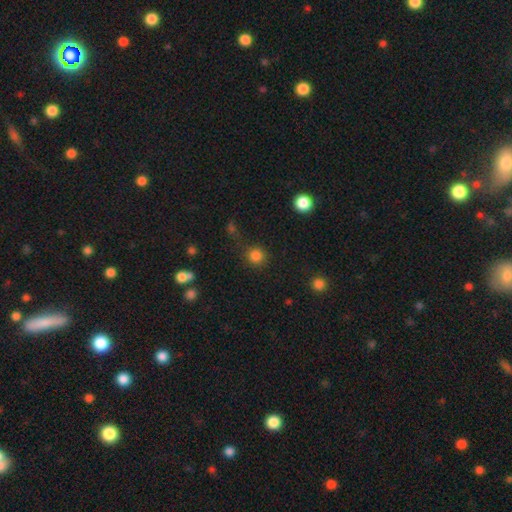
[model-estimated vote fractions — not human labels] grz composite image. It shows a smooth galaxy with no disk features (82%) that is round (93%). Merging: none (82%).